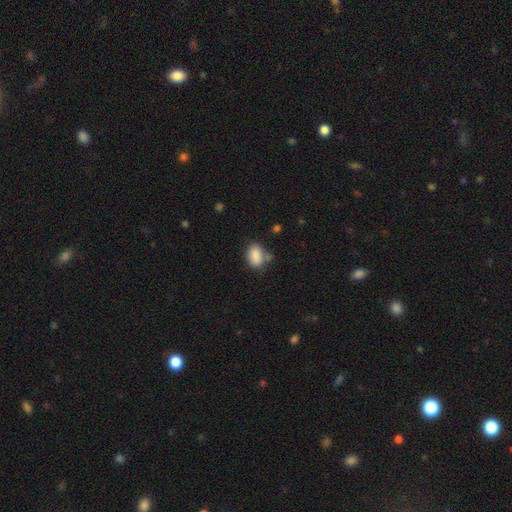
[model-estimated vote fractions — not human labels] Smooth or featured? Predicted: smooth (p=0.87). How rounded? Predicted: in between (p=0.86). Merging? Predicted: none (p=0.68).